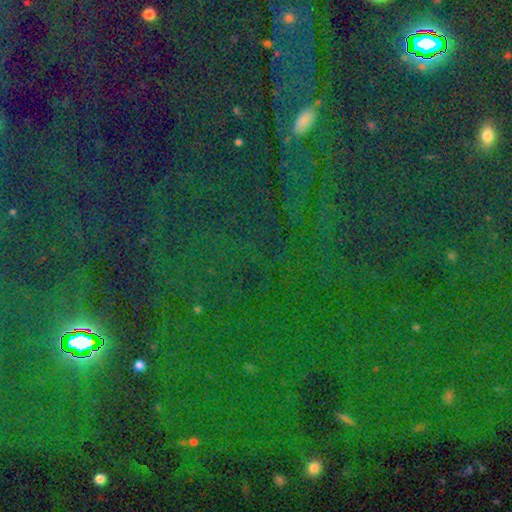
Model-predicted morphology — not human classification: This appears to be a star or artifact, not a galaxy (81%).